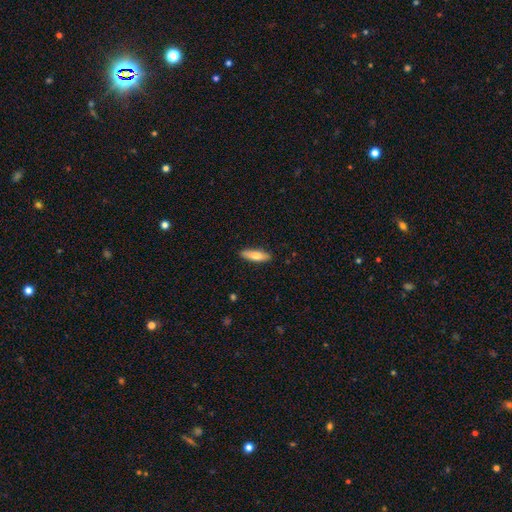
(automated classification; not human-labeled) A smooth galaxy with no disk features (73%) that is cigar-shaped (54%). Merging: none (89%).